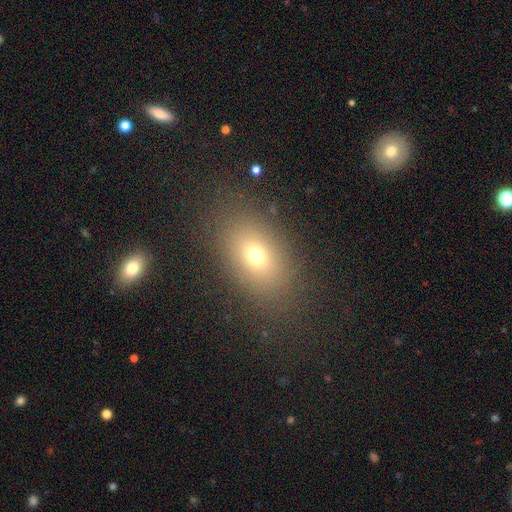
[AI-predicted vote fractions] This appears to be a smooth galaxy with no disk features (69%) that is in between round and cigar-shaped (79%). Merging: none (83%).